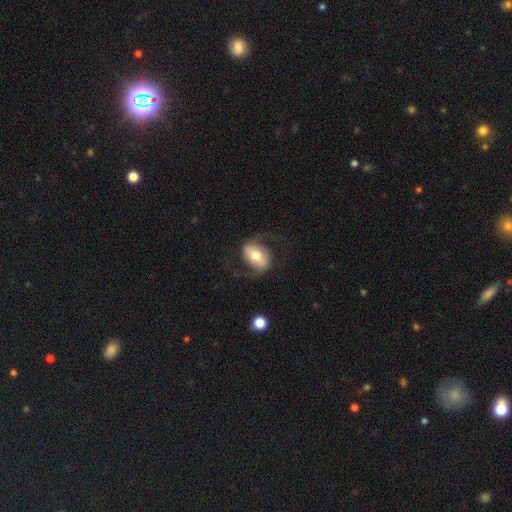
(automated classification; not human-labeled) smooth_or_featured: featured or disk (p=0.61) [alt: smooth p=0.32]
disk_edge_on: no (p=0.94) [alt: yes p=0.06]
bar: strong (p=0.38) [alt: weak p=0.32]
has_spiral_arms: yes (p=0.78) [alt: no p=0.22]
bulge_size: moderate (p=0.68) [alt: large p=0.15]
merging: none (p=0.68) [alt: major disturbance p=0.16]